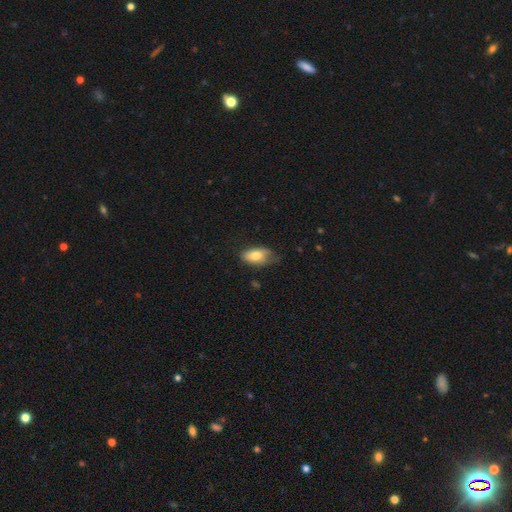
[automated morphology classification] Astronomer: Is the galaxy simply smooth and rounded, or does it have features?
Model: smooth — 76%.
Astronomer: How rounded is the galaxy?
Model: in between — 91%.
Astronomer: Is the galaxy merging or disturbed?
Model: none — 49% (runner-up: minor disturbance, 37%).